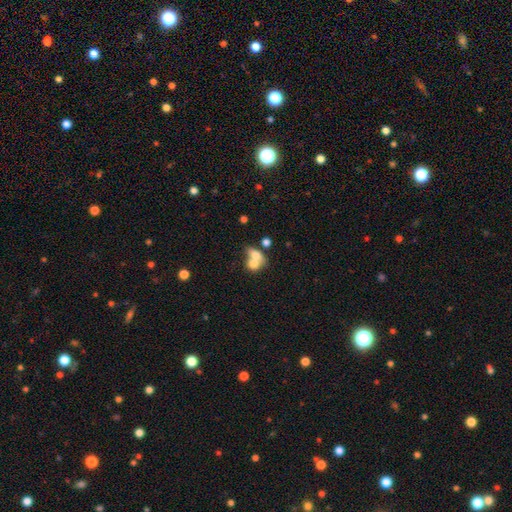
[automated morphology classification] type=smooth (70%); roundness=in between (61%); merging=merger (69%).